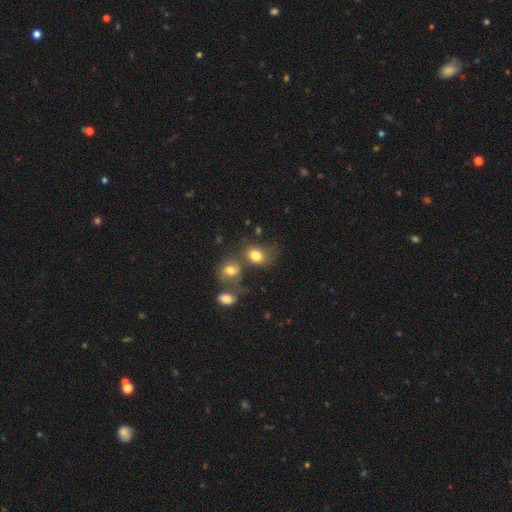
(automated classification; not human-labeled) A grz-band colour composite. It shows a smooth galaxy with no disk features (78%) that is in between round and cigar-shaped (56%). Merging: none (39%).